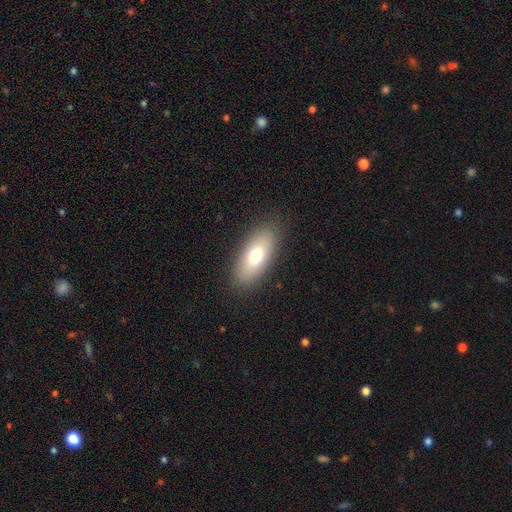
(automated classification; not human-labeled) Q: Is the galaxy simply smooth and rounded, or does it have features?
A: smooth — 73%.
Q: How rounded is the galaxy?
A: in between — 84%.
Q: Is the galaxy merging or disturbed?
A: none — 86%.